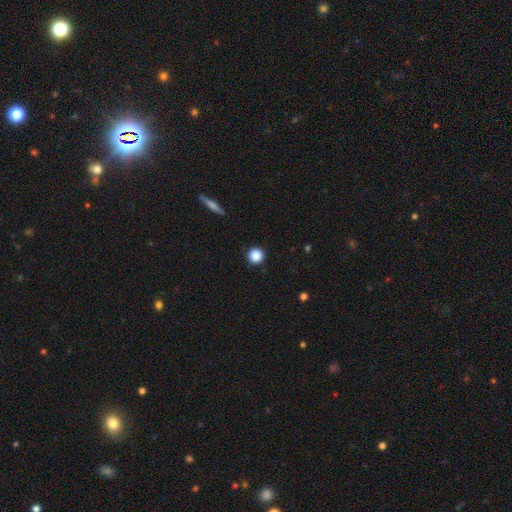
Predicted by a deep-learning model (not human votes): Smooth or featured? Predicted: smooth (p=0.87). How rounded? Predicted: round (p=0.96). Merging? Predicted: none (p=0.92).